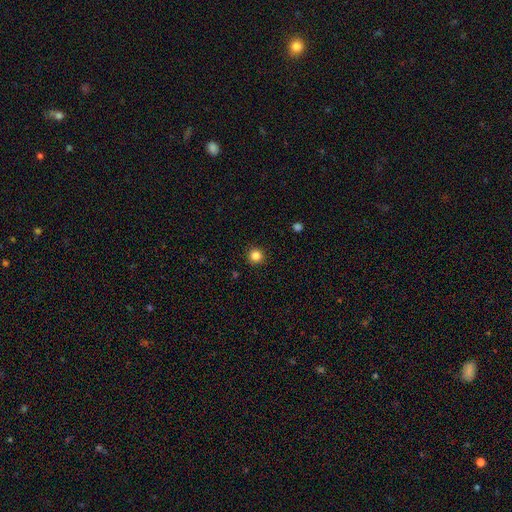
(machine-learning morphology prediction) smooth-or-featured: smooth: 84% | star or artifact: 12% | featured or disk: 4%
  how-rounded: round: 95% | in between: 4% | cigar-shaped: 1%
  merging: none: 93% | minor disturbance: 5% | major disturbance: 2% | merger: 1%